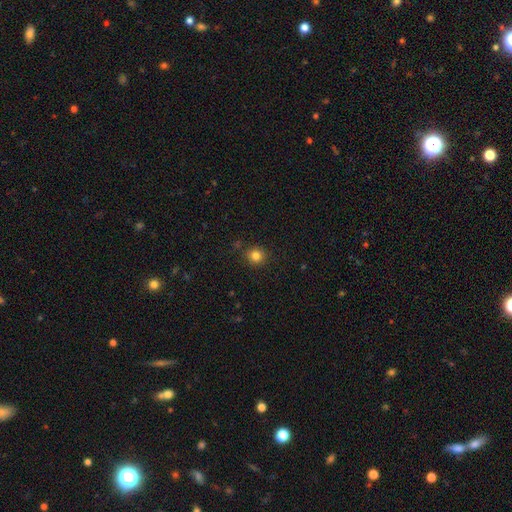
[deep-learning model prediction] The model was most divided on "smooth or featured": smooth: 83%, star or artifact: 12%, featured or disk: 5%. More confident: how rounded — round (91%); merging — none (88%).